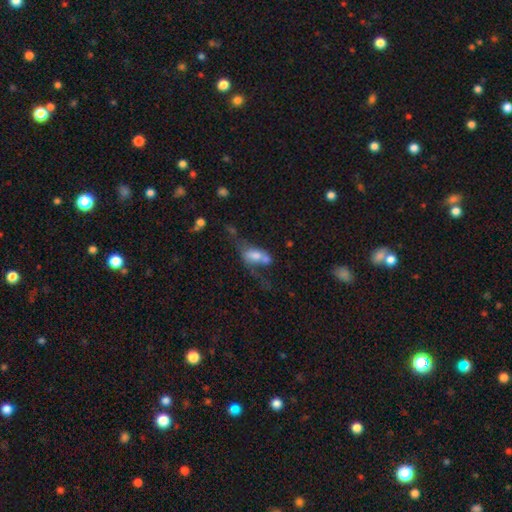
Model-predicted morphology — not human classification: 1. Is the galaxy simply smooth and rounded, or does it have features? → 53% smooth, 36% featured or disk, 11% star or artifact.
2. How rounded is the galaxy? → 81% in between, 11% round, 8% cigar-shaped.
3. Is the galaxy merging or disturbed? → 39% merger, 28% major disturbance, 20% none, 14% minor disturbance.